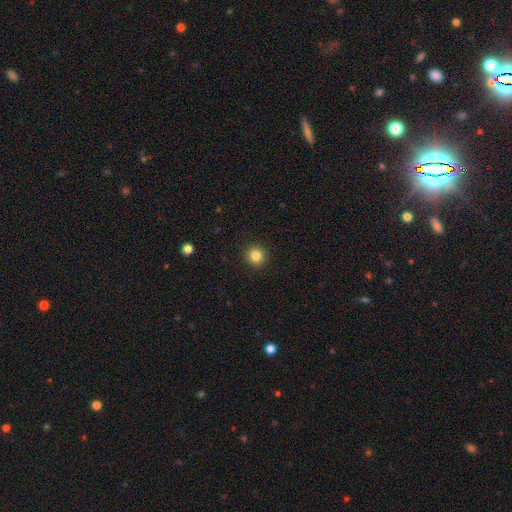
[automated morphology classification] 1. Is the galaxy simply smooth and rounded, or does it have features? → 84% smooth, 11% star or artifact, 5% featured or disk.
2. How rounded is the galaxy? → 94% round, 5% in between, 1% cigar-shaped.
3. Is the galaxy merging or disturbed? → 92% none, 5% minor disturbance, 2% major disturbance, 1% merger.